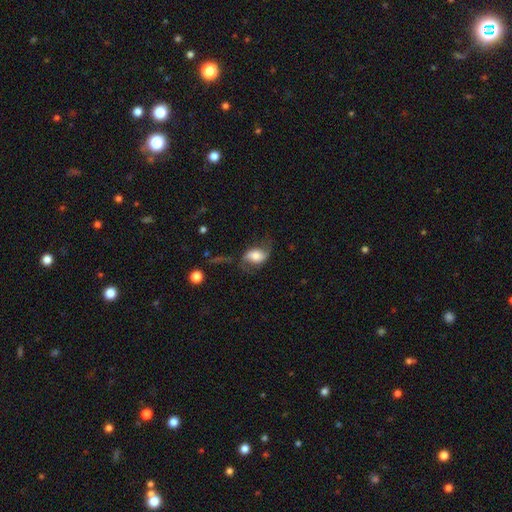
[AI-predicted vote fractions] smooth-or-featured: smooth: 48% | featured or disk: 44% | star or artifact: 8%
  merging: none: 53% | minor disturbance: 24% | major disturbance: 20% | merger: 3%